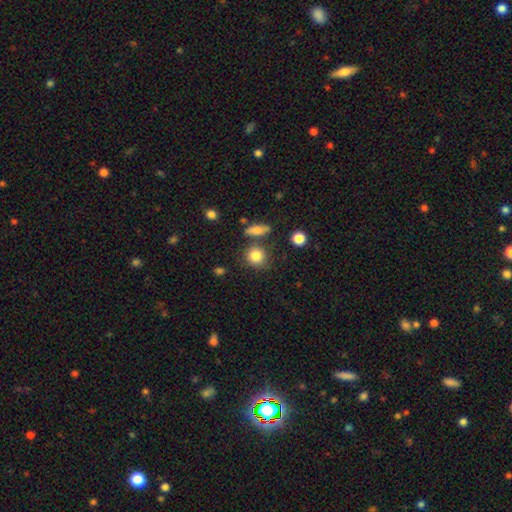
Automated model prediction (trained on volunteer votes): Q: Smooth or featured?
A: smooth (83%); runner-up: star or artifact (10%)
Q: How rounded?
A: round (84%); runner-up: in between (14%)
Q: Merging?
A: none (75%); runner-up: minor disturbance (12%)